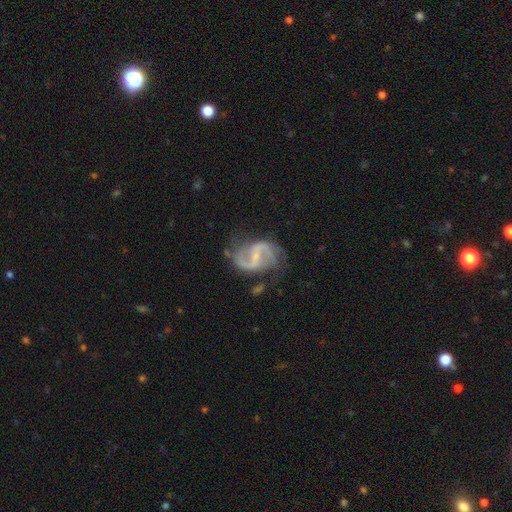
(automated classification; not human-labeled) Smooth or featured?
  - featured or disk: 89% *
  - smooth: 5%
  - star or artifact: 5%
Edge-on disk?
  - no: 98% *
  - yes: 2%
Bar?
  - weak: 47% *
  - strong: 35%
  - no: 18%
Spiral arms?
  - yes: 96% *
  - no: 4%
Spiral winding?
  - medium: 45% *
  - loose: 44%
  - tight: 11%
Spiral arm count?
  - 2: 92% *
  - can't tell: 3%
  - 1: 2%
  - 3: 1%
  - 4: 1%
  - more than 4: 1%
Bulge size?
  - small: 67% *
  - moderate: 20%
  - none: 11%
  - large: 1%
  - dominant: 1%
Merging?
  - none: 66% *
  - minor disturbance: 21%
  - major disturbance: 10%
  - merger: 3%